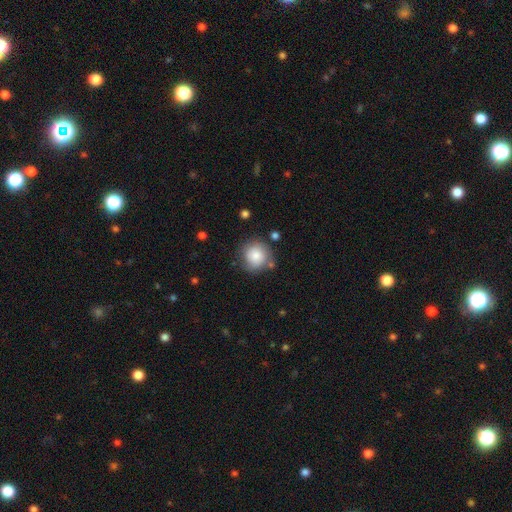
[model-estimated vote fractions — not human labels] Q: Smooth or featured?
A: smooth (80%); runner-up: featured or disk (12%)
Q: How rounded?
A: round (91%); runner-up: in between (8%)
Q: Merging?
A: none (74%); runner-up: minor disturbance (17%)